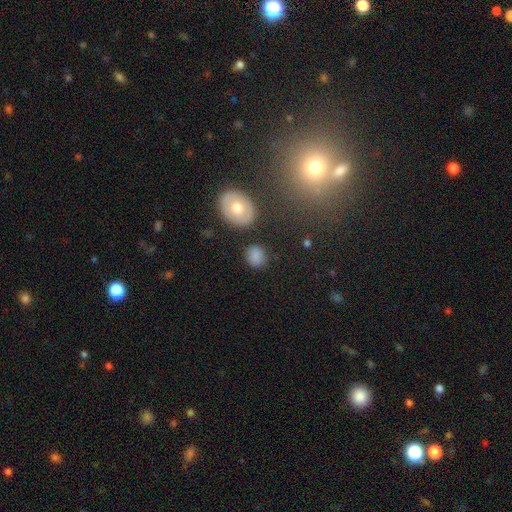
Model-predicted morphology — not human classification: Q: Smooth or featured?
A: smooth (82%); runner-up: star or artifact (9%)
Q: How rounded?
A: round (64%); runner-up: in between (35%)
Q: Merging?
A: none (80%); runner-up: minor disturbance (13%)